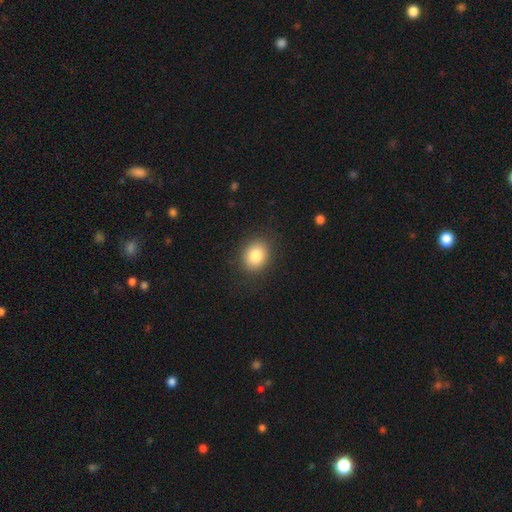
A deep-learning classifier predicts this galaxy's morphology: Overall: smooth (83%). How rounded: round (56%; in between 43%). Merging: none (88%).